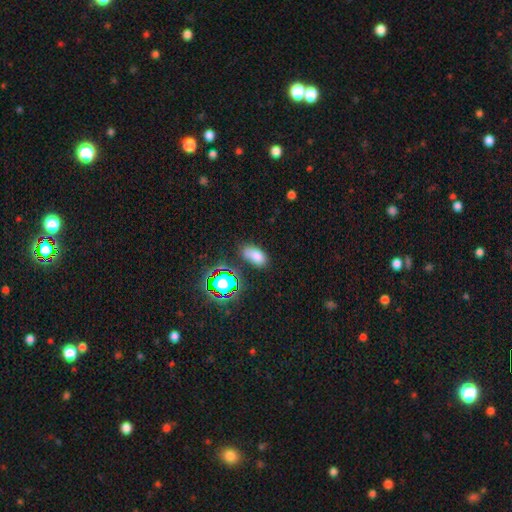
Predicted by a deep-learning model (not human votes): smooth_or_featured: smooth (p=0.73) [alt: star or artifact p=0.19]
how_rounded: in between (p=0.89) [alt: round p=0.06]
merging: none (p=0.71) [alt: minor disturbance p=0.18]